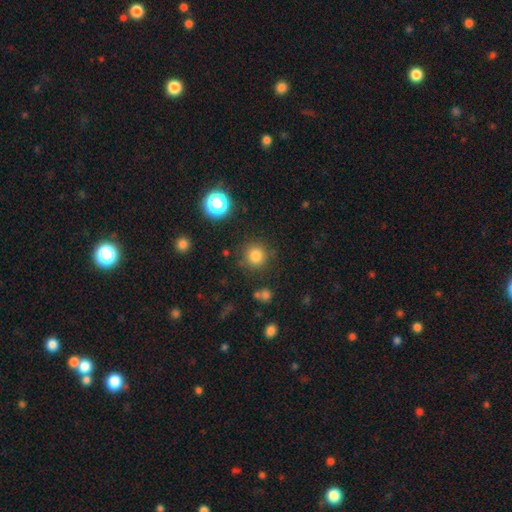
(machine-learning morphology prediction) Smooth or featured: smooth — 81% (star or artifact — 14%)
How rounded: round — 93% (in between — 6%)
Merging: none — 85% (minor disturbance — 9%)